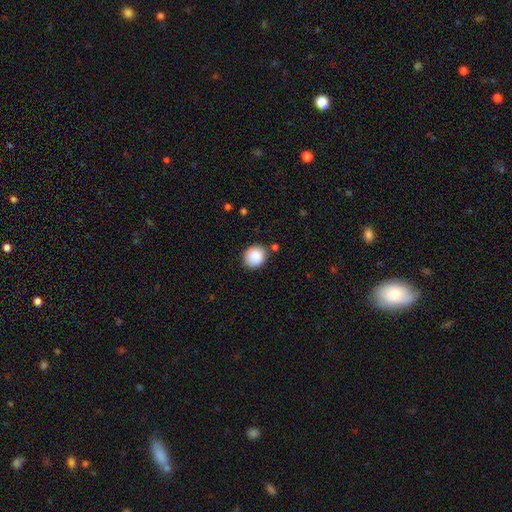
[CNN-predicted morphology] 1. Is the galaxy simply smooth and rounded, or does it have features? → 88% smooth, 8% star or artifact, 4% featured or disk.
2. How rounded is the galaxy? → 81% round, 19% in between, 1% cigar-shaped.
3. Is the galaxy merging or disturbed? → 82% none, 11% minor disturbance, 4% merger, 3% major disturbance.